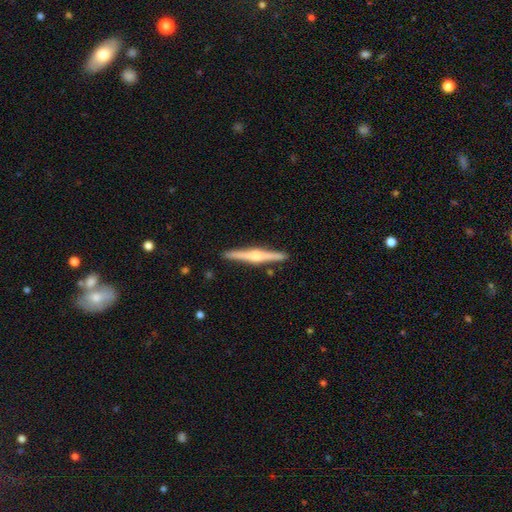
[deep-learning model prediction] Smooth or featured? Predicted: featured or disk (p=0.76). Edge-on disk? Predicted: yes (p=0.98). Edge-on bulge? Predicted: rounded (p=0.85). Merging? Predicted: none (p=0.91).